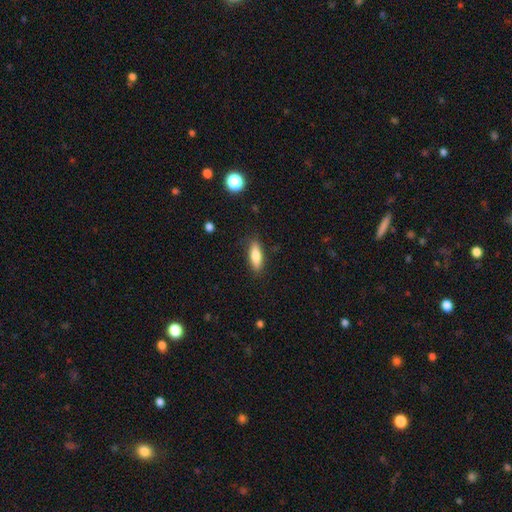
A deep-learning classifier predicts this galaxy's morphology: smooth 78%, featured or disk 15%, star or artifact 7%. Down the decision tree: how rounded — in between (55%); merging — none (86%).